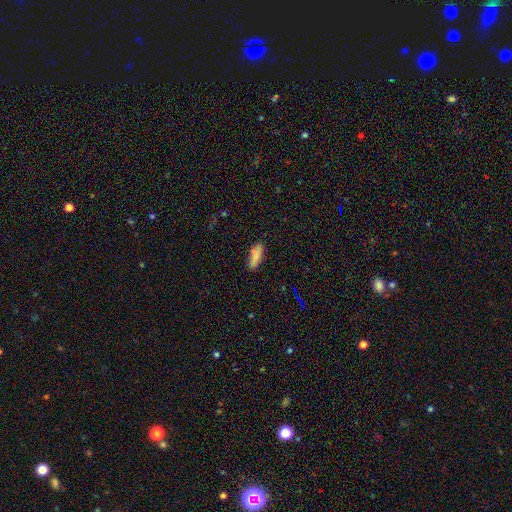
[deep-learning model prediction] The model was most divided on "how rounded": in between: 56%, cigar-shaped: 42%, round: 2%. More confident: smooth or featured — smooth (83%); merging — none (82%).